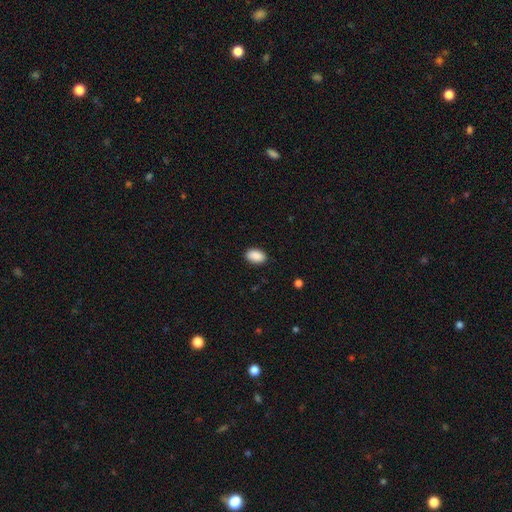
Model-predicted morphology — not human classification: This is clearly a smooth galaxy (90%). How rounded: clearly in between (92%). Merging: clearly none (88%).